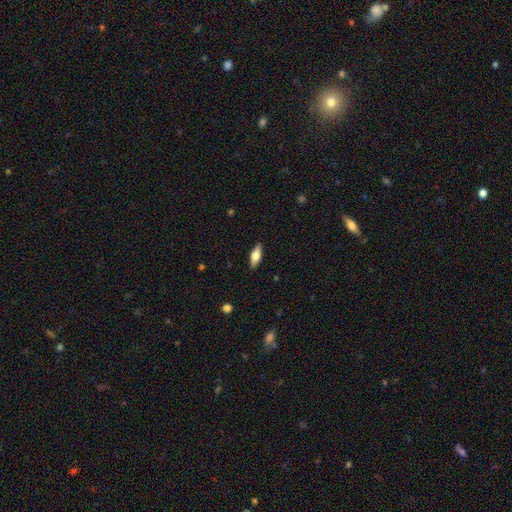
Smooth or featured? 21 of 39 (54%) said smooth. How rounded? 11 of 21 (52%) said in between. Merging? 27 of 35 (77%) said none.